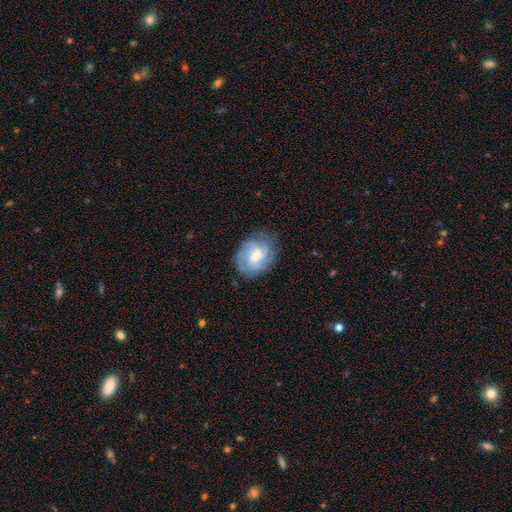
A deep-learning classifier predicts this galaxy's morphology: Overall: featured or disk (71%). Edge-on disk: no (97%). Bar: weak (52%; no 38%). Spiral arms: yes (93%). Spiral arm count: can't tell (29%; 2 25%). Spiral winding: tight (43%; medium 41%). Bulge size: small (47%; moderate 45%). Merging: none (76%).